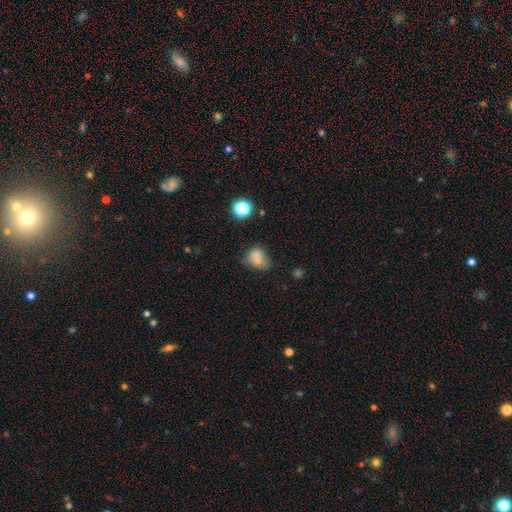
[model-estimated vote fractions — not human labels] Smooth or featured? Predicted: smooth (p=0.71). How rounded? Predicted: in between (p=0.56). Merging? Predicted: merger (p=0.33, tied with none).